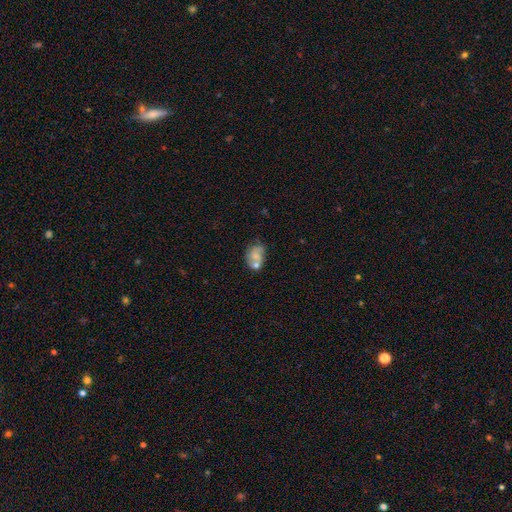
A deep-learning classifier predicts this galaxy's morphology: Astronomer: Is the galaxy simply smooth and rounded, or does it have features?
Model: smooth — 47% (runner-up: featured or disk, 42%).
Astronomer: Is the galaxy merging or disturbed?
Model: none — 35% (runner-up: merger, 31%).